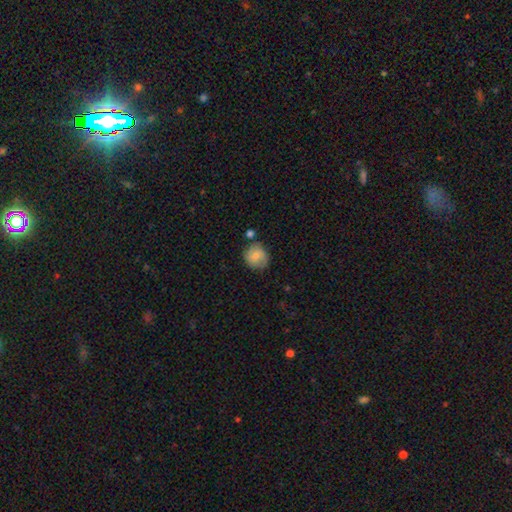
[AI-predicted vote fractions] Q: Smooth or featured?
A: smooth (75%); runner-up: featured or disk (17%)
Q: How rounded?
A: round (84%); runner-up: in between (15%)
Q: Merging?
A: none (70%); runner-up: minor disturbance (19%)